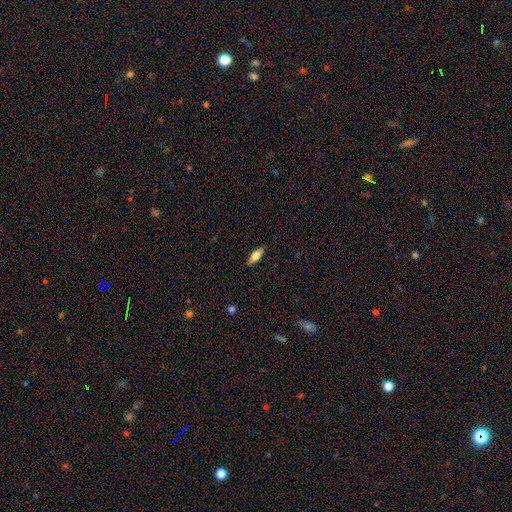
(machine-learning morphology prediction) smooth-or-featured: smooth: 61% | featured or disk: 32% | star or artifact: 7%
  how-rounded: in between: 52% | cigar-shaped: 45% | round: 3%
  merging: none: 89% | minor disturbance: 8% | major disturbance: 2% | merger: 1%